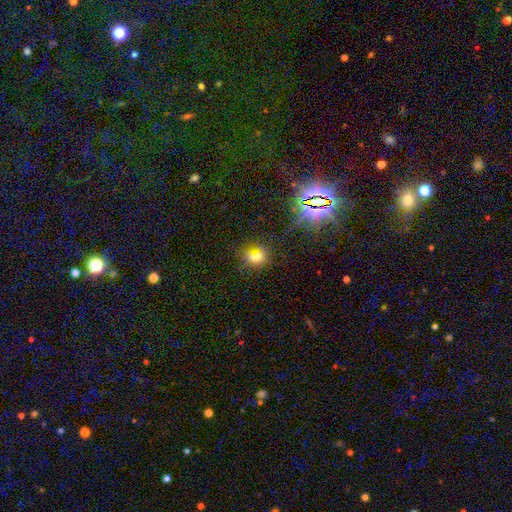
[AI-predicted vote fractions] The model was most divided on "smooth or featured": smooth: 64%, star or artifact: 25%, featured or disk: 12%. More confident: merging — none (72%); how rounded — round (70%).